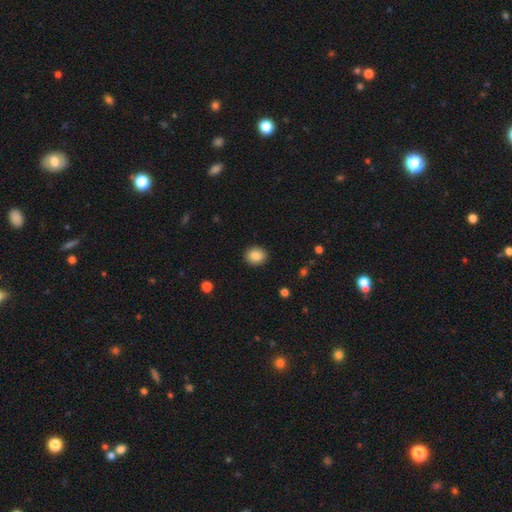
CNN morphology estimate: Smooth or featured? smooth (86%)
How rounded? round (62%)
Merging? none (90%)